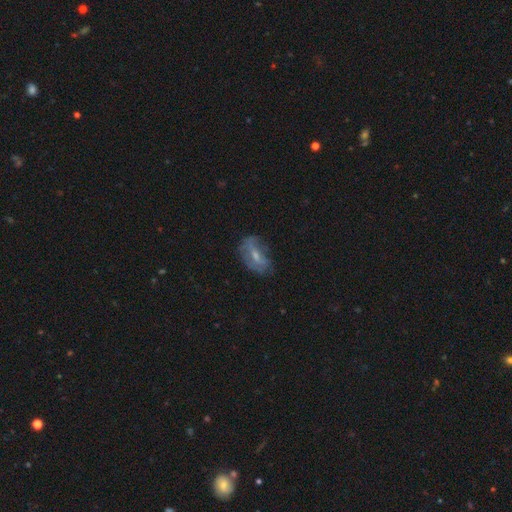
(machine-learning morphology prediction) smooth-or-featured: featured or disk: 51% | smooth: 40% | star or artifact: 9%
  disk-edge-on: no: 90% | yes: 10%
  merging: none: 55% | minor disturbance: 28% | major disturbance: 15% | merger: 2%